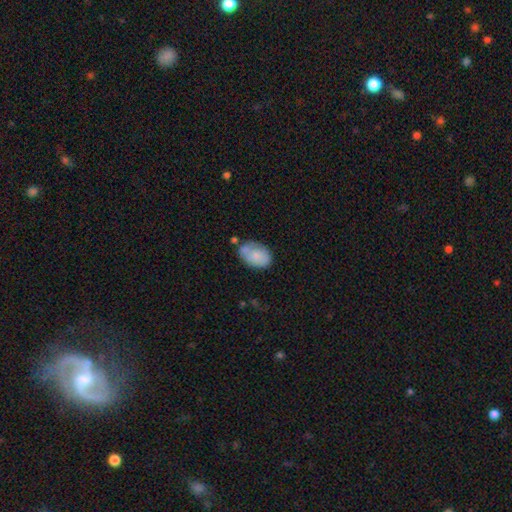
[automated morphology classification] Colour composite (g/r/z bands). It shows a smooth galaxy with no disk features (76%) that is in between round and cigar-shaped (86%). Merging: none (56%).